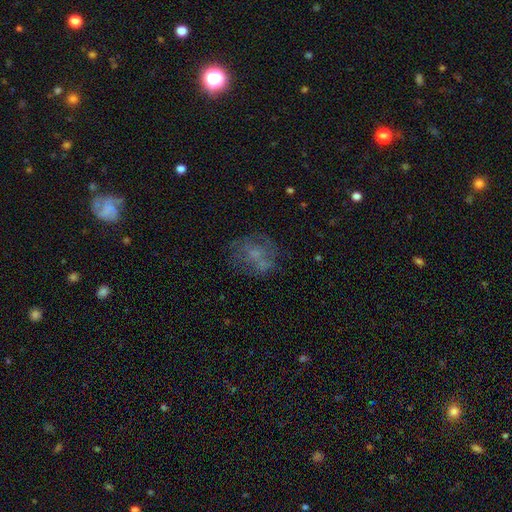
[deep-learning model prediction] smooth-or-featured: featured or disk: 44% | smooth: 35% | star or artifact: 22%
  merging: none: 60% | minor disturbance: 18% | major disturbance: 16% | merger: 7%